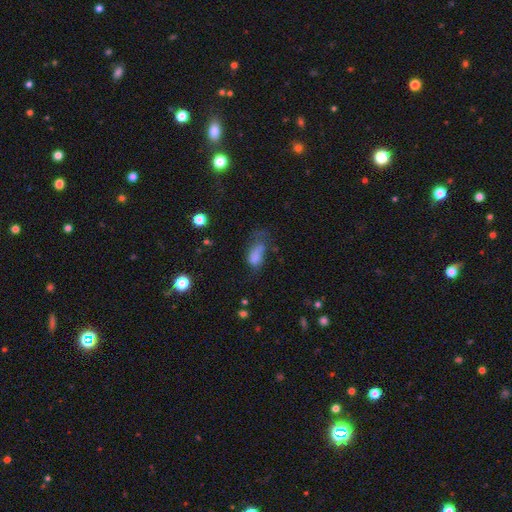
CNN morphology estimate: A smooth galaxy with no disk features (70%) that is in between round and cigar-shaped (86%). Merging: major disturbance (44%).